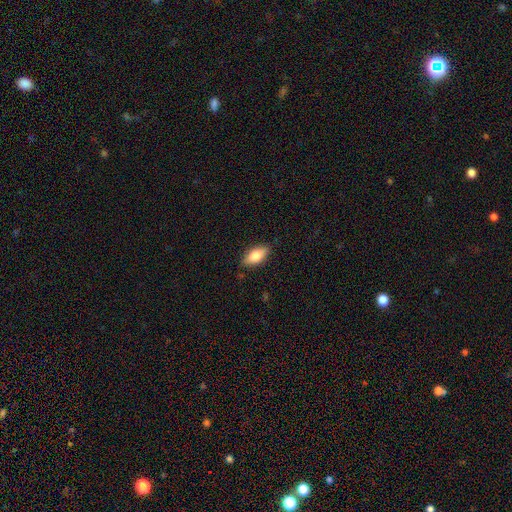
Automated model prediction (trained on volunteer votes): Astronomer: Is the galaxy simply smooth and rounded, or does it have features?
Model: smooth — 78%.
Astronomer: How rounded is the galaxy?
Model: in between — 85%.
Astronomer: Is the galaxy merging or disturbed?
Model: none — 85%.